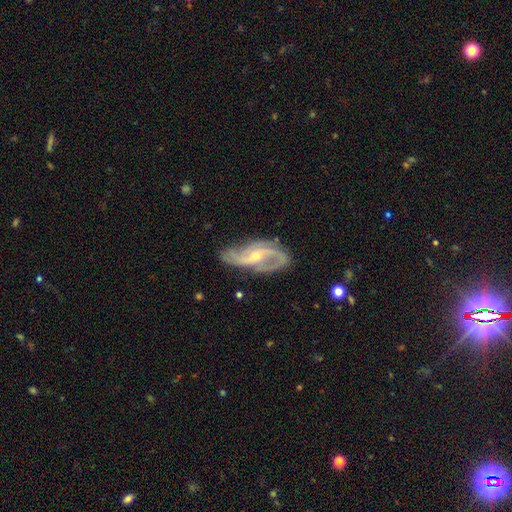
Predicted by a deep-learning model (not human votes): Smooth or featured?
  - featured or disk: 88% *
  - smooth: 6%
  - star or artifact: 6%
Edge-on disk?
  - no: 95% *
  - yes: 5%
Bar?
  - no: 41% *
  - weak: 38%
  - strong: 21%
Spiral arms?
  - yes: 96% *
  - no: 4%
Spiral winding?
  - medium: 46% *
  - loose: 38%
  - tight: 17%
Spiral arm count?
  - 2: 74% *
  - 3: 12%
  - can't tell: 7%
  - 1: 3%
  - 4: 3%
  - more than 4: 2%
Bulge size?
  - small: 62% *
  - moderate: 35%
  - none: 1%
  - large: 1%
  - dominant: 1%
Merging?
  - none: 68% *
  - minor disturbance: 22%
  - major disturbance: 9%
  - merger: 2%